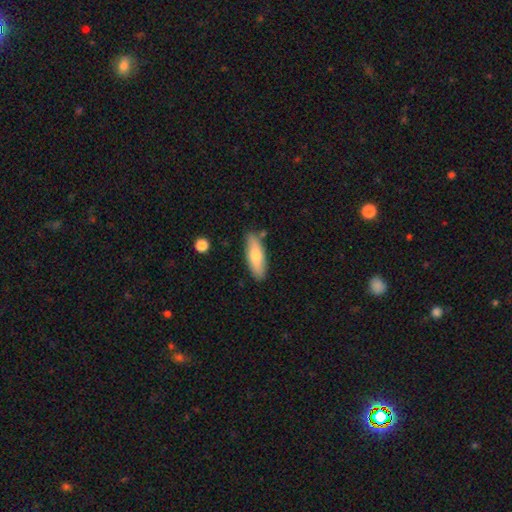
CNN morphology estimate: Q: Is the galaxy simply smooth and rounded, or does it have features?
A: smooth — 69%.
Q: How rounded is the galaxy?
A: in between — 56%.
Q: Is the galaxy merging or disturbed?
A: none — 82%.